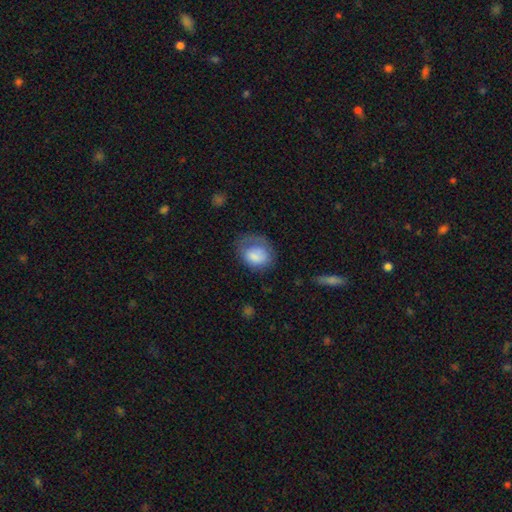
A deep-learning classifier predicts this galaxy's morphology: Smooth or featured? smooth (74%)
How rounded? in between (55%)
Merging? none (41%)